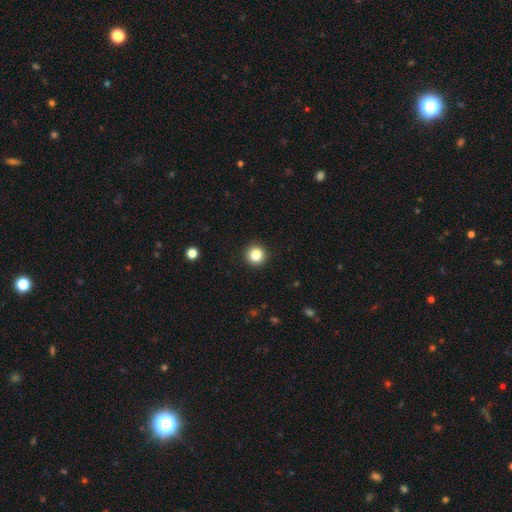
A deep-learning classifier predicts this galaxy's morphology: The model was most divided on "smooth or featured": smooth: 85%, star or artifact: 11%, featured or disk: 4%. More confident: how rounded — round (95%); merging — none (93%).